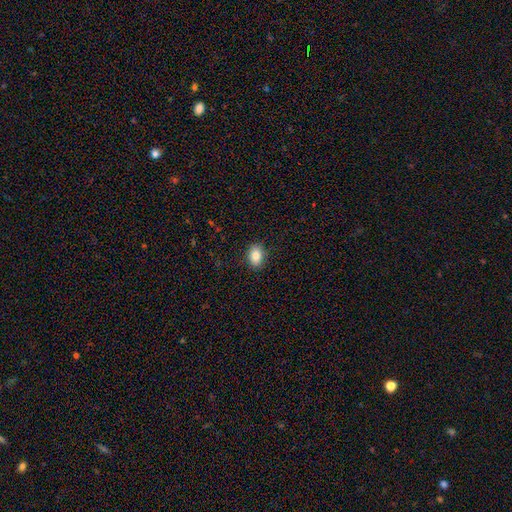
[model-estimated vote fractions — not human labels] Smooth or featured: smooth — 85% (star or artifact — 8%)
How rounded: in between — 80% (round — 18%)
Merging: none — 89% (minor disturbance — 8%)